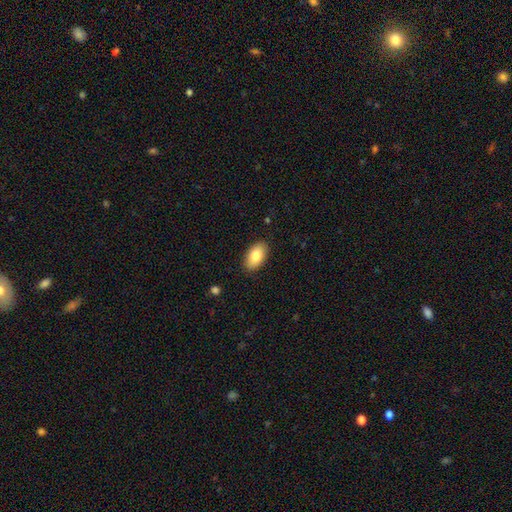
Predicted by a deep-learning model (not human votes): smooth_or_featured: smooth (p=0.84) [alt: featured or disk p=0.10]
how_rounded: in between (p=0.94) [alt: round p=0.04]
merging: none (p=0.88) [alt: minor disturbance p=0.09]